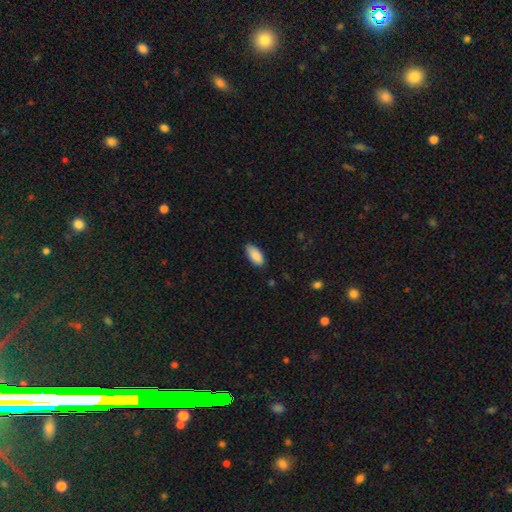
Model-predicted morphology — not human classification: Smooth or featured? smooth (89%)
How rounded? in between (91%)
Merging? none (80%)